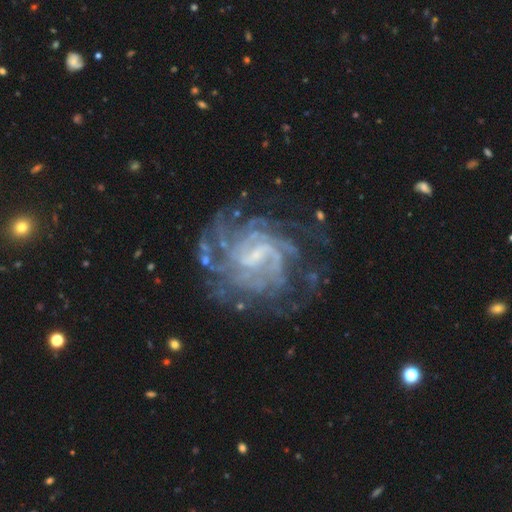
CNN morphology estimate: This appears to be a featured or disk galaxy (87%) with a weak bar (56%), tight (59%) spiral arms (94%) and a small central bulge (62%). Merging: none (65%).